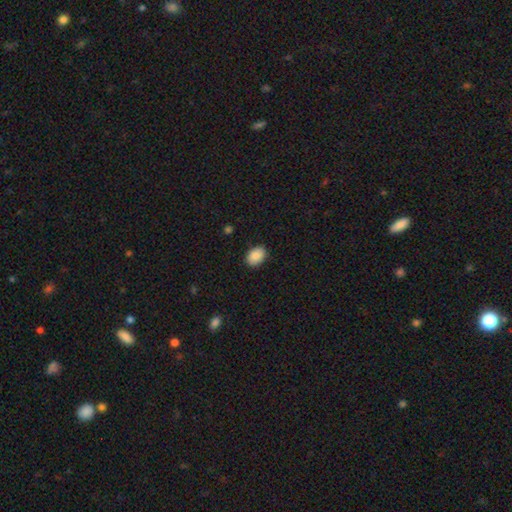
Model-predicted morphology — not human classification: A smooth galaxy with no disk features (90%) that is in between round and cigar-shaped (79%).

Vote fractions:
- Smooth or featured? smooth: 90% / star or artifact: 7% / featured or disk: 3%
- How rounded? in between: 79% / round: 20% / cigar-shaped: 1%
- Merging? none: 88% / minor disturbance: 9% / major disturbance: 2% / merger: 1%